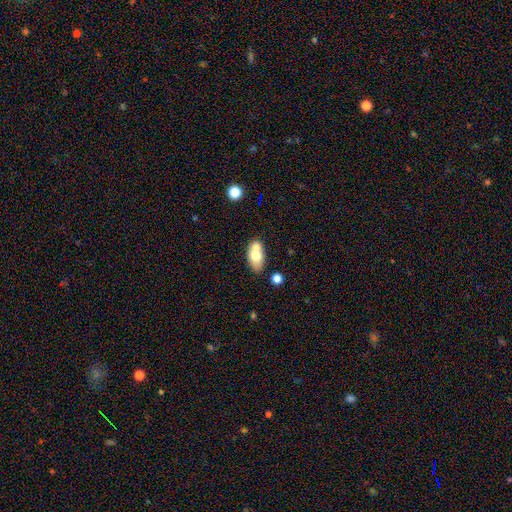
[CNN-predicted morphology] A smooth galaxy with no disk features (66%) that is in between round and cigar-shaped (86%).

Vote fractions:
- Smooth or featured? smooth: 66% / featured or disk: 26% / star or artifact: 8%
- How rounded? in between: 86% / round: 11% / cigar-shaped: 4%
- Merging? none: 44% / merger: 40% / minor disturbance: 13% / major disturbance: 4%